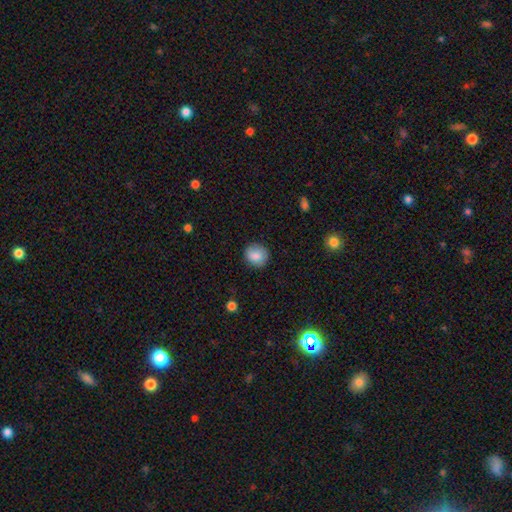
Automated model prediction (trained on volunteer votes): The model was most divided on "how rounded": round: 80%, in between: 19%, cigar-shaped: 1%. More confident: smooth or featured — smooth (86%); merging — none (85%).